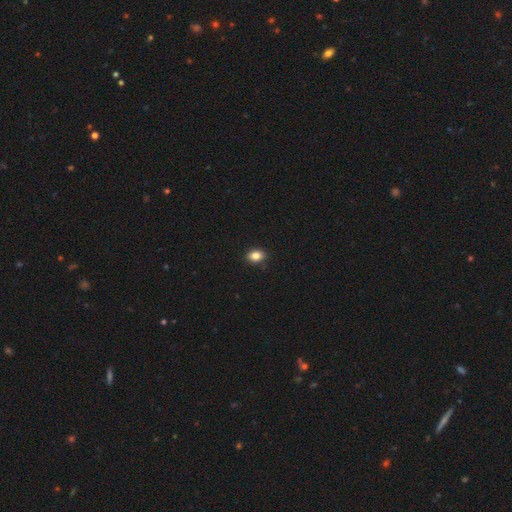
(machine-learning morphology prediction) Q: Smooth or featured?
A: smooth (84%); runner-up: star or artifact (10%)
Q: How rounded?
A: in between (72%); runner-up: round (27%)
Q: Merging?
A: none (88%); runner-up: minor disturbance (9%)